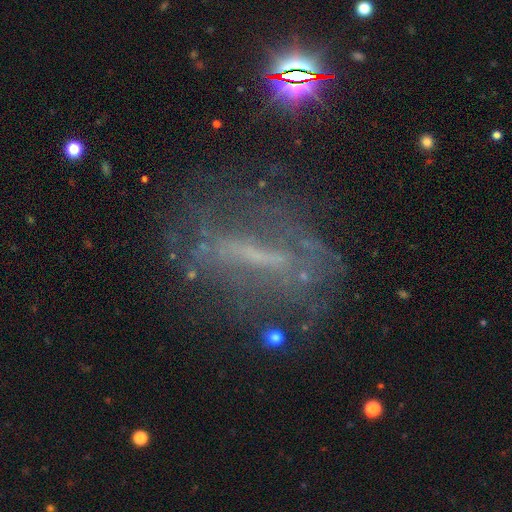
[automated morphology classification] smooth_or_featured: featured or disk (p=0.64) [alt: smooth p=0.18]
disk_edge_on: no (p=0.73) [alt: yes p=0.27]
merging: none (p=0.59) [alt: minor disturbance p=0.19]